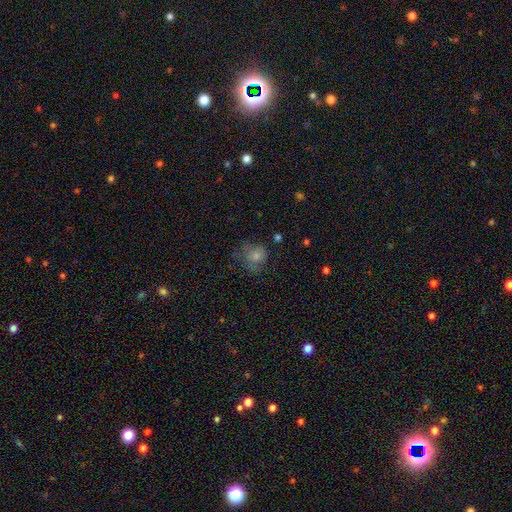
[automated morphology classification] Smooth or featured?
  - smooth: 59% *
  - featured or disk: 22%
  - star or artifact: 19%
How rounded?
  - round: 76% *
  - in between: 22%
  - cigar-shaped: 1%
Merging?
  - none: 59% *
  - minor disturbance: 23%
  - major disturbance: 17%
  - merger: 2%